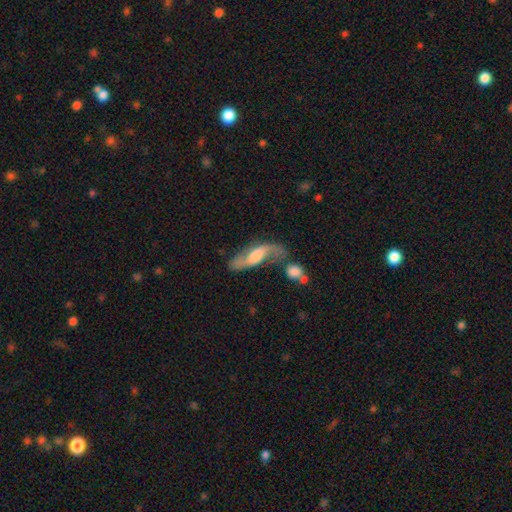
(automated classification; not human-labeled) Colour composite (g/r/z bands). It shows a featured or disk galaxy (71%) with a weak bar (45%), 2 (89%) loose (72%) spiral arms (90%) and a moderate central bulge (42%). Merging: none (53%).